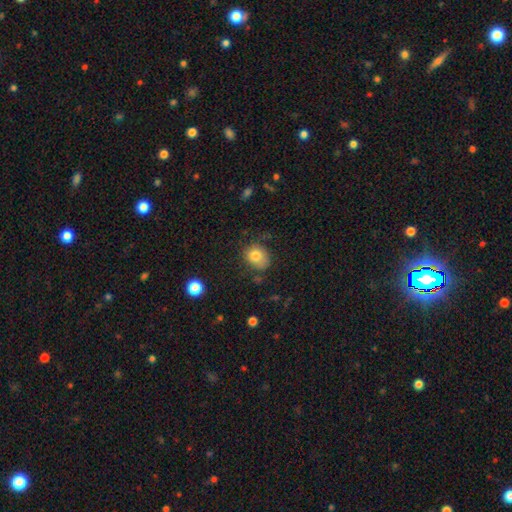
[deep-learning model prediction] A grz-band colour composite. It shows a smooth galaxy with no disk features (80%) that is round (55%). Merging: none (64%).